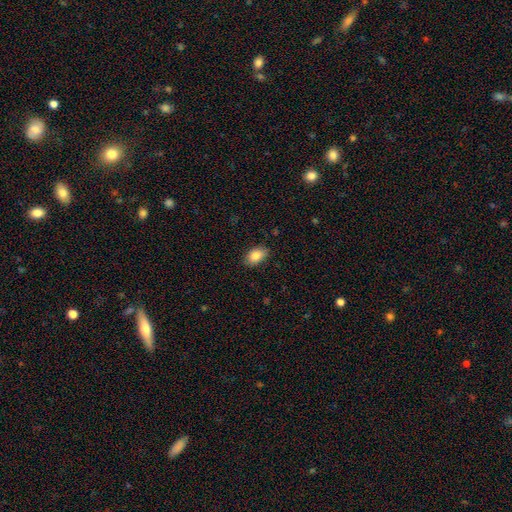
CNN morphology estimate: type=smooth (86%); roundness=in between (87%); merging=none (84%).